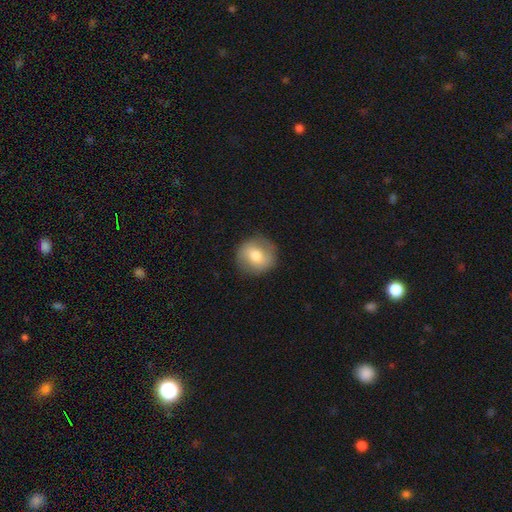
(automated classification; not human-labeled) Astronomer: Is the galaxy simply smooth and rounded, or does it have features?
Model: smooth — 68%.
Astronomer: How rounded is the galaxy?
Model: round — 89%.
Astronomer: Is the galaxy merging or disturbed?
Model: none — 87%.